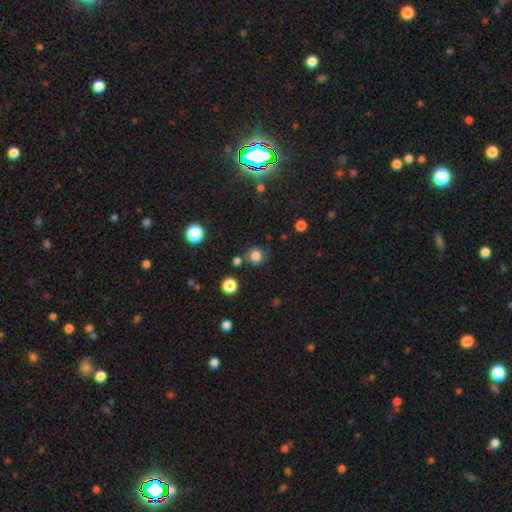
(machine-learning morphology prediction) smooth 80%, star or artifact 14%, featured or disk 6%. Down the decision tree: how rounded — round (82%); merging — none (72%).